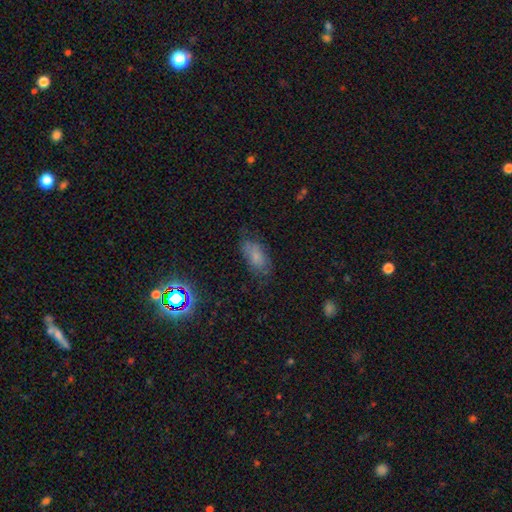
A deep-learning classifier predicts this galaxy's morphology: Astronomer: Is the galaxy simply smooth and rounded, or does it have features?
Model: smooth — 68%.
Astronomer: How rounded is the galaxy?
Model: in between — 88%.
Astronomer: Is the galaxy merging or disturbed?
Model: none — 64%.